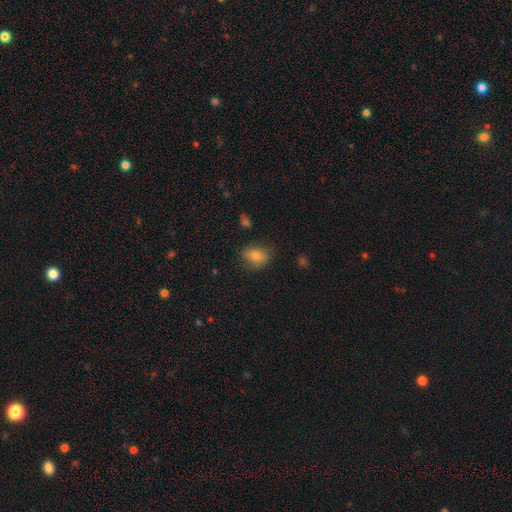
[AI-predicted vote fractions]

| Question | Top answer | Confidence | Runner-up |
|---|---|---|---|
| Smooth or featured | smooth | 75% | featured or disk (14%) |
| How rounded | in between | 74% | round (25%) |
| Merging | none | 71% | minor disturbance (22%) |